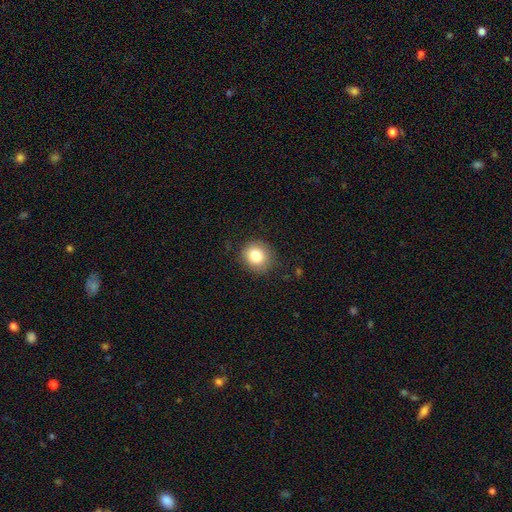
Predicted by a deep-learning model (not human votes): smooth 81%, star or artifact 10%, featured or disk 9%. Down the decision tree: how rounded — round (87%); merging — none (86%).